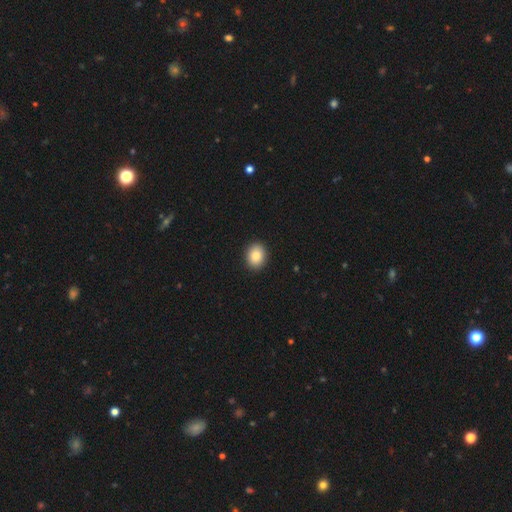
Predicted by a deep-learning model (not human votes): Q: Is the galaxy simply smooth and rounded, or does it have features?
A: smooth — 83%.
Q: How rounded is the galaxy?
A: round — 52%.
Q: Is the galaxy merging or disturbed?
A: none — 92%.